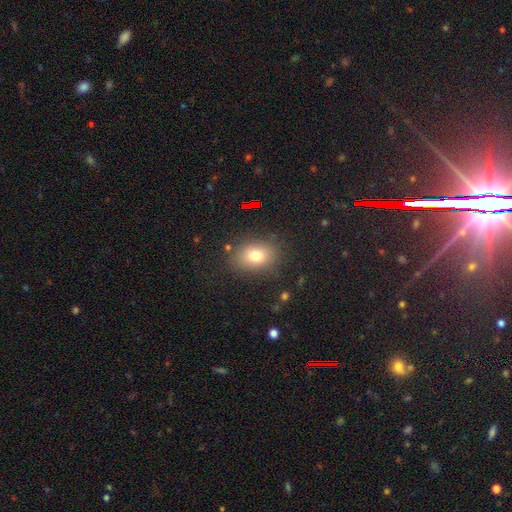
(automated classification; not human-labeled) Smooth or featured?
  - smooth: 75% *
  - star or artifact: 14%
  - featured or disk: 11%
How rounded?
  - in between: 64% *
  - round: 34%
  - cigar-shaped: 1%
Merging?
  - none: 83% *
  - minor disturbance: 11%
  - major disturbance: 4%
  - merger: 2%